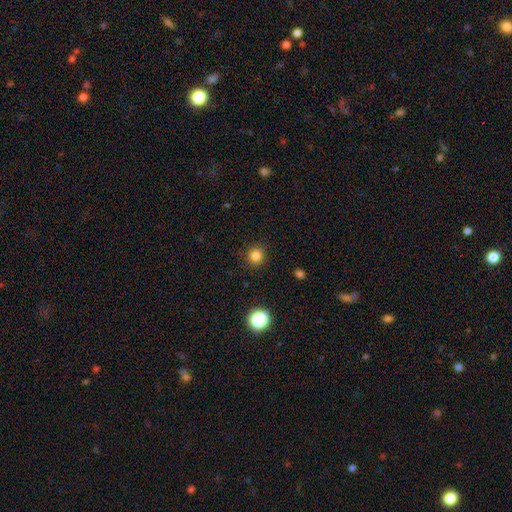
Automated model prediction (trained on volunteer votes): This is clearly a smooth galaxy (83%). How rounded: clearly round (93%). Merging: clearly none (91%).